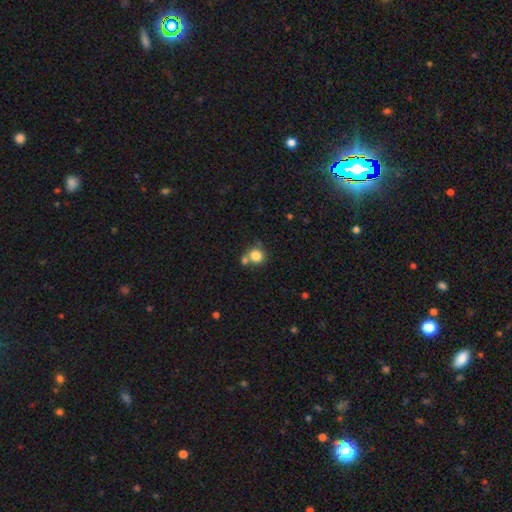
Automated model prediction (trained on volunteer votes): Morphology: type=smooth (83%); roundness=round (88%); merging=none (54%).